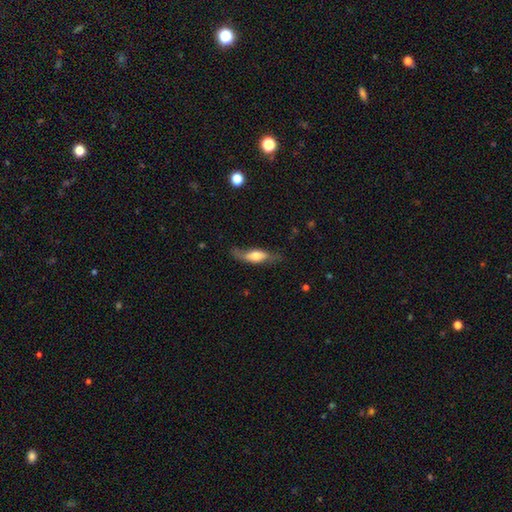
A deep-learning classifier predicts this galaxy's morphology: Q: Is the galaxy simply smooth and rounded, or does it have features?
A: smooth — 53%.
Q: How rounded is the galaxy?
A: in between — 53%.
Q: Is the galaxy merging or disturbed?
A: none — 56%.